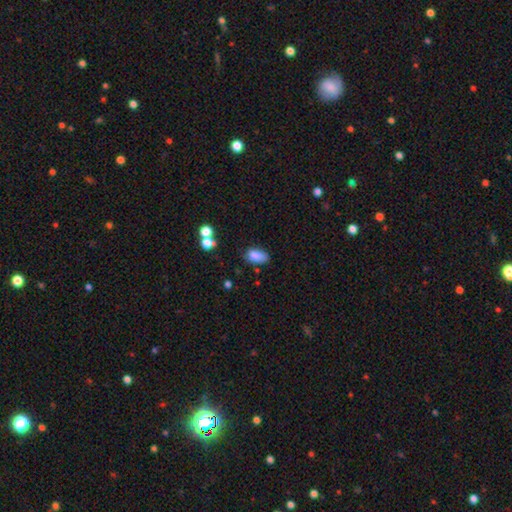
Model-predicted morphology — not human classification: smooth-or-featured: smooth: 82% | star or artifact: 10% | featured or disk: 8%
  how-rounded: in between: 90% | round: 7% | cigar-shaped: 4%
  merging: none: 58% | minor disturbance: 28% | major disturbance: 7% | merger: 7%